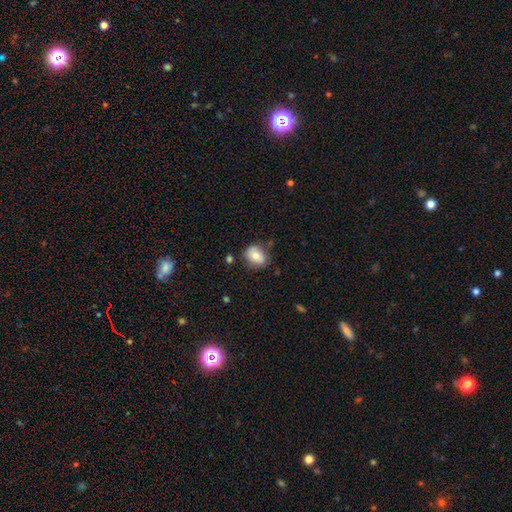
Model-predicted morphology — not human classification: Q: Smooth or featured?
A: smooth (71%); runner-up: featured or disk (20%)
Q: How rounded?
A: in between (54%); runner-up: round (45%)
Q: Merging?
A: none (71%); runner-up: minor disturbance (20%)